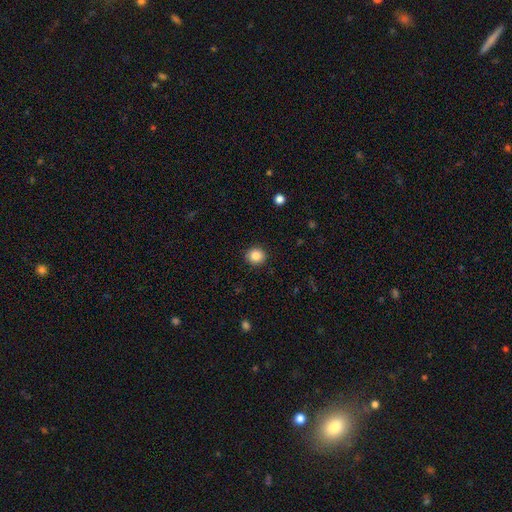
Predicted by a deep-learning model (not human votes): The model was most divided on "smooth or featured": smooth: 86%, star or artifact: 10%, featured or disk: 5%. More confident: how rounded — round (92%); merging — none (92%).